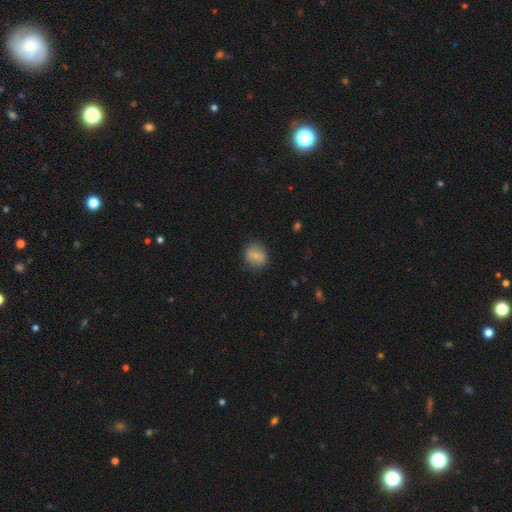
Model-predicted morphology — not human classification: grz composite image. It shows a smooth galaxy with no disk features (81%) that is round (78%). Merging: none (83%).